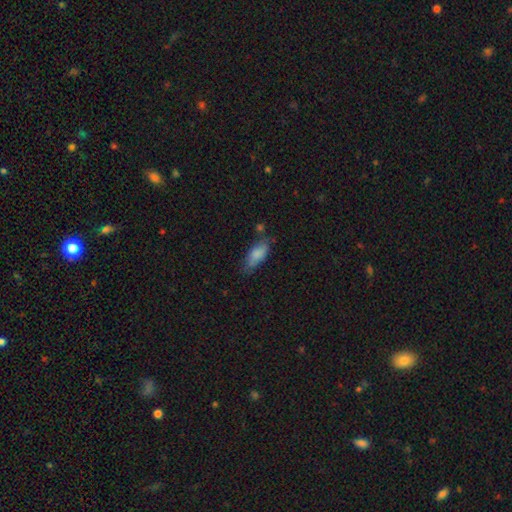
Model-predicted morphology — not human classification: Overall: smooth (81%). How rounded: in between (73%). Merging: none (63%; minor disturbance 25%).